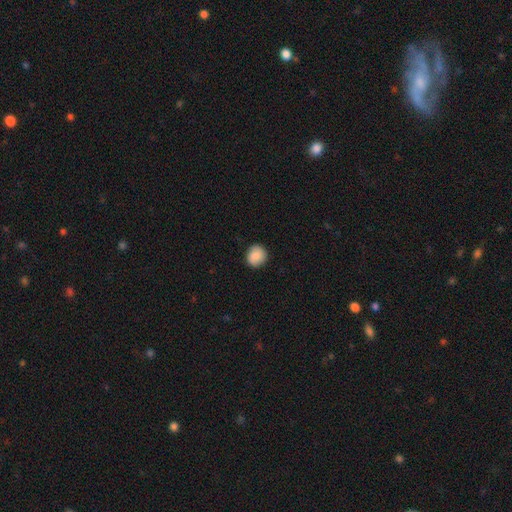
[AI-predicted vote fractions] Smooth or featured? smooth (88%)
How rounded? round (87%)
Merging? none (89%)